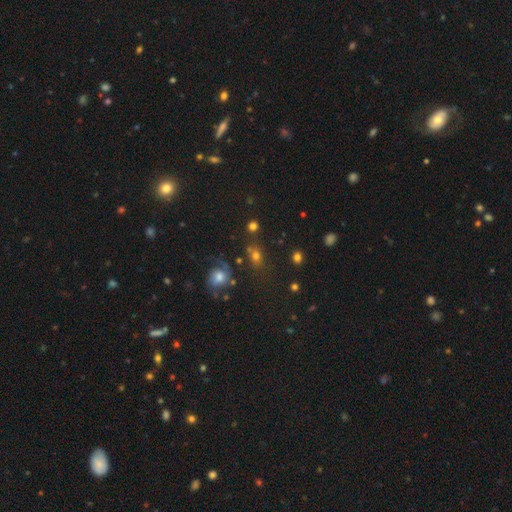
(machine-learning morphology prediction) Smooth or featured?
  - smooth: 60% *
  - star or artifact: 23%
  - featured or disk: 17%
How rounded?
  - in between: 50% *
  - round: 46%
  - cigar-shaped: 4%
Merging?
  - none: 64% *
  - minor disturbance: 16%
  - merger: 11%
  - major disturbance: 9%